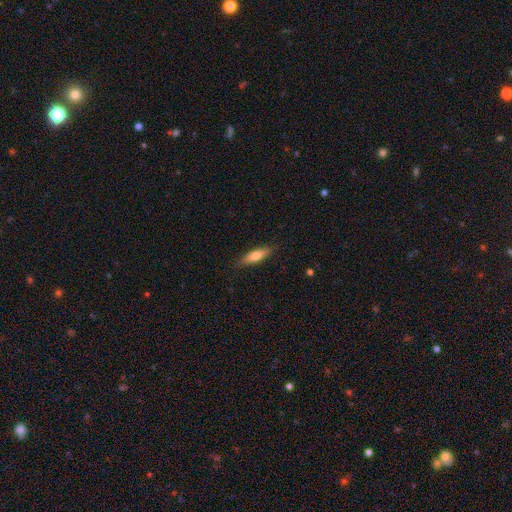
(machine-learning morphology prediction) Overall: smooth (72%). How rounded: cigar-shaped (63%; in between 35%). Merging: none (85%).